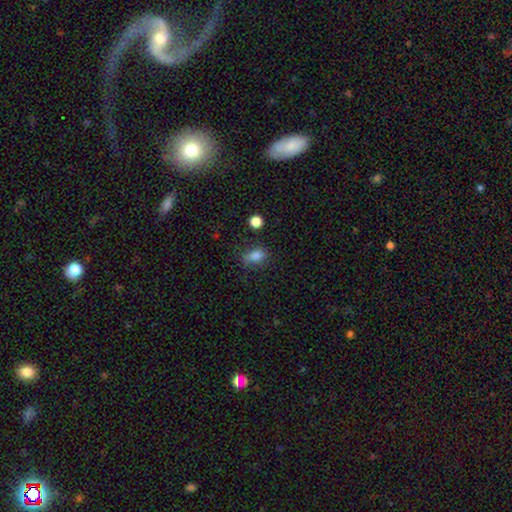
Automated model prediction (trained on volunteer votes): Q: Smooth or featured?
A: smooth (82%); runner-up: star or artifact (12%)
Q: How rounded?
A: in between (80%); runner-up: round (16%)
Q: Merging?
A: none (63%); runner-up: minor disturbance (24%)